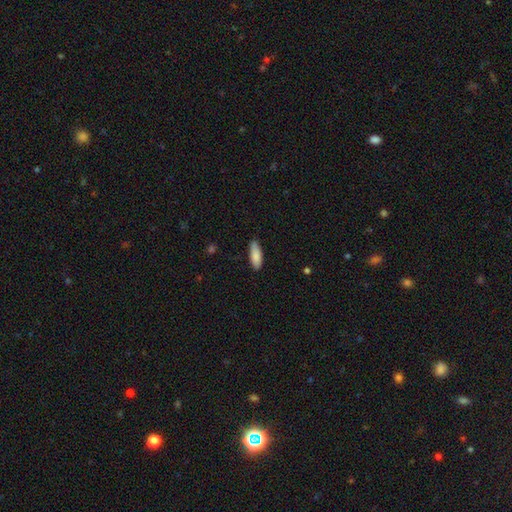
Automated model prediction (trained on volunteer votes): smooth 86%, featured or disk 8%, star or artifact 6%. Down the decision tree: how rounded — in between (67%); merging — none (81%).